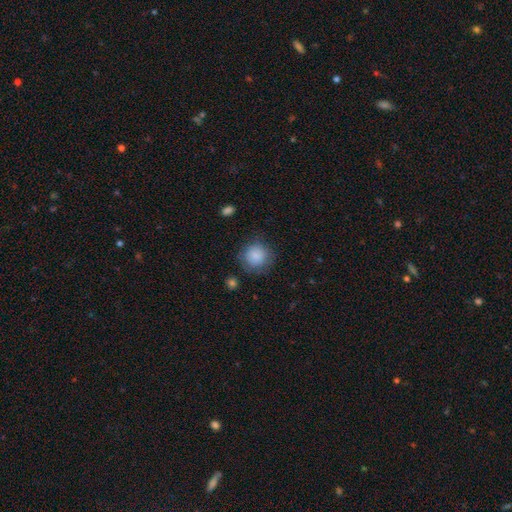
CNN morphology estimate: Smooth or featured: smooth — 85% (star or artifact — 8%)
How rounded: round — 89% (in between — 10%)
Merging: none — 77% (minor disturbance — 16%)